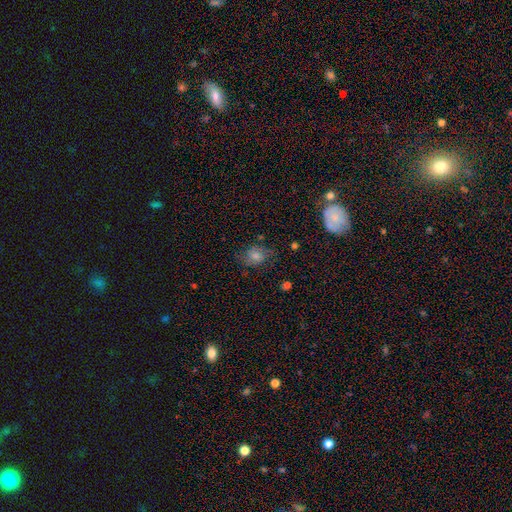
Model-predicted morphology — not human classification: Smooth or featured?
  - smooth: 65% *
  - featured or disk: 23%
  - star or artifact: 12%
How rounded?
  - round: 50% *
  - in between: 48%
  - cigar-shaped: 1%
Merging?
  - none: 62% *
  - minor disturbance: 24%
  - major disturbance: 12%
  - merger: 2%